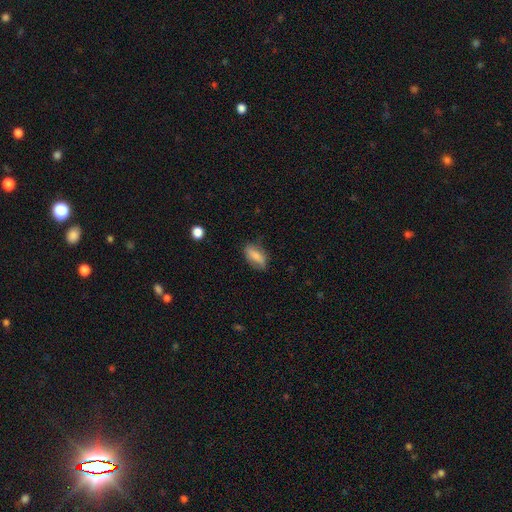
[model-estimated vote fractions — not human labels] smooth-or-featured: smooth: 70% | featured or disk: 23% | star or artifact: 8%
  how-rounded: in between: 80% | cigar-shaped: 15% | round: 5%
  merging: none: 71% | minor disturbance: 22% | major disturbance: 6% | merger: 1%